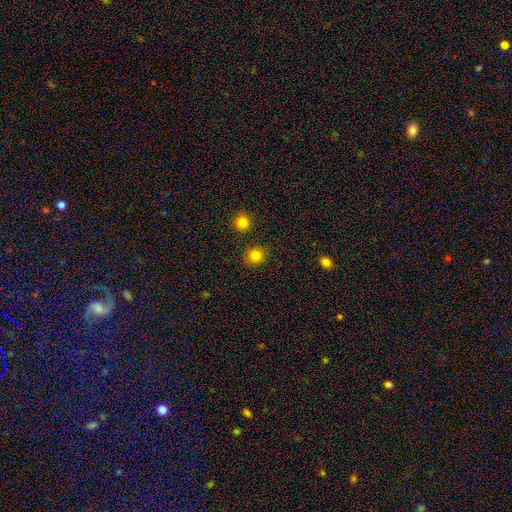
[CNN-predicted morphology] smooth-or-featured: smooth: 84% | star or artifact: 12% | featured or disk: 5%
  how-rounded: round: 86% | in between: 13% | cigar-shaped: 1%
  merging: none: 88% | minor disturbance: 7% | merger: 3% | major disturbance: 2%